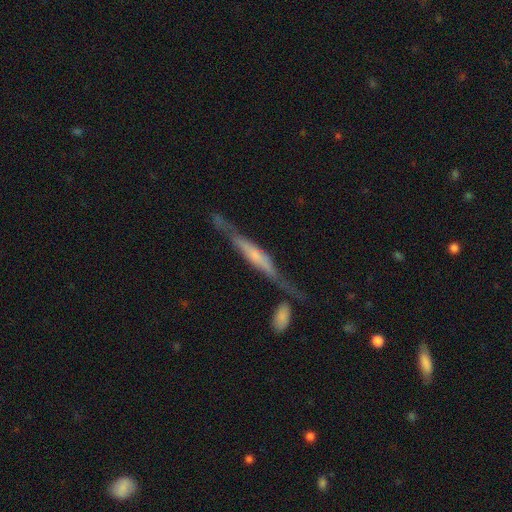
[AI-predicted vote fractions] smooth_or_featured: featured or disk (p=0.70) [alt: smooth p=0.24]
disk_edge_on: yes (p=0.91) [alt: no p=0.09]
edge_on_bulge: rounded (p=0.44) [alt: boxy p=0.29]
merging: none (p=0.54) [alt: minor disturbance p=0.20]